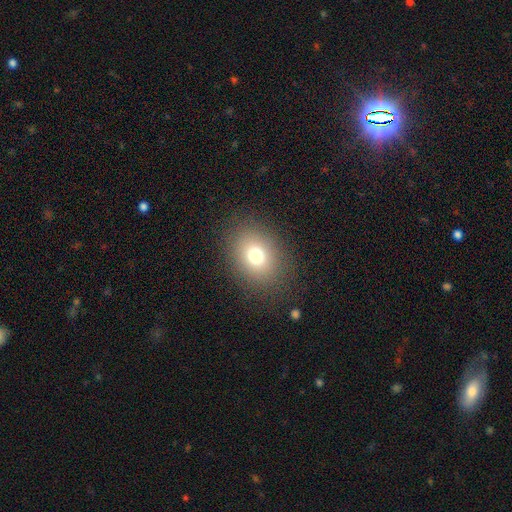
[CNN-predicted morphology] This appears to be a smooth galaxy with no disk features (75%) that is in between round and cigar-shaped (53%). Merging: none (85%).